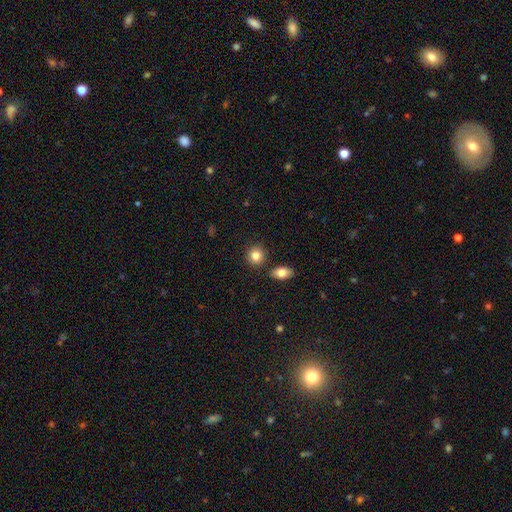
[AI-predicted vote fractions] A smooth galaxy with no disk features (84%) that is round (79%). Merging: none (82%).